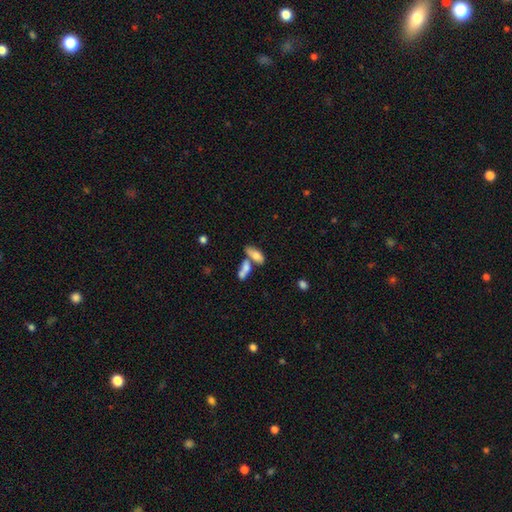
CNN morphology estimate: A smooth galaxy with no disk features (72%) that is in between round and cigar-shaped (77%). Merging: merger (48%).